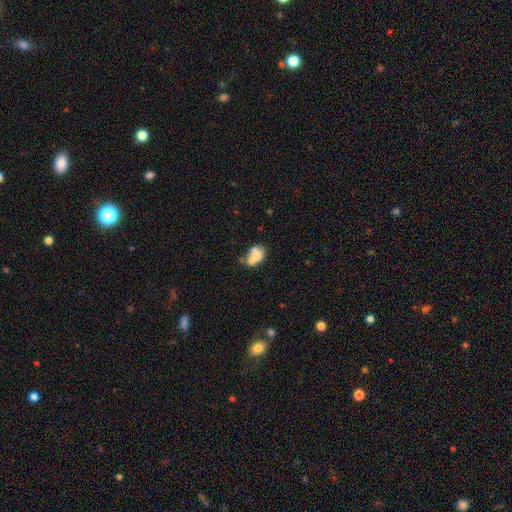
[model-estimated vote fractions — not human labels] This is possibly a smooth galaxy (60%). How rounded: likely in between (68%). Merging: marginally merger (45%).